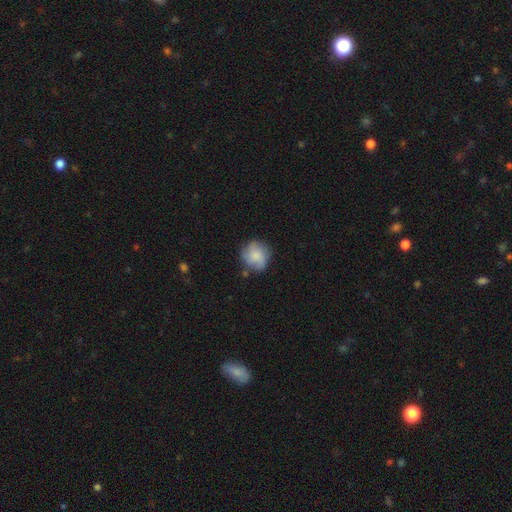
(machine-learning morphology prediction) Q: Smooth or featured?
A: smooth (67%); runner-up: featured or disk (25%)
Q: How rounded?
A: round (86%); runner-up: in between (13%)
Q: Merging?
A: none (69%); runner-up: minor disturbance (21%)